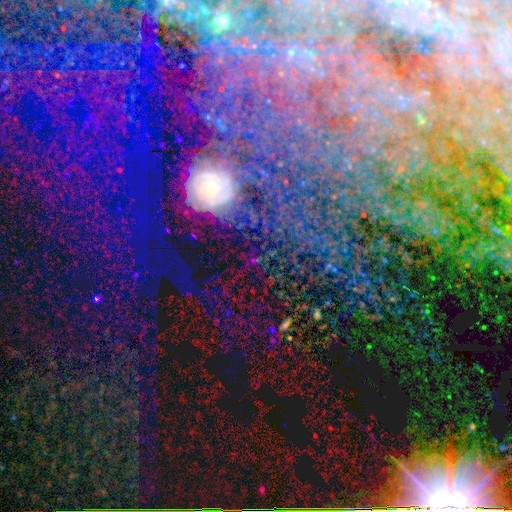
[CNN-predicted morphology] Smooth or featured? Predicted: star or artifact (p=0.42).